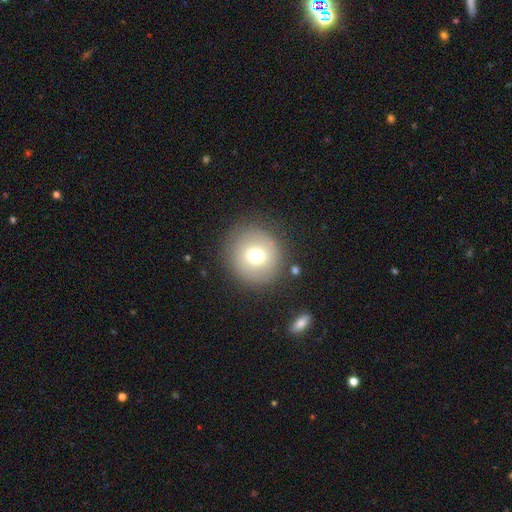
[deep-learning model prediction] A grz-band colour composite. It shows a smooth galaxy with no disk features (70%) that is round (93%). Merging: none (85%).